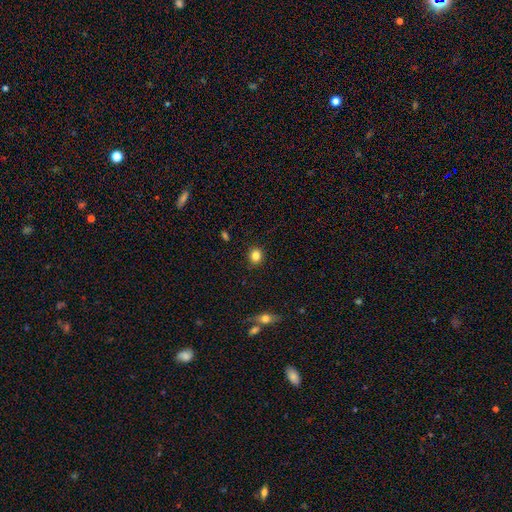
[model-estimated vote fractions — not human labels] This is clearly a smooth galaxy (83%). How rounded: likely round (73%). Merging: clearly none (90%).